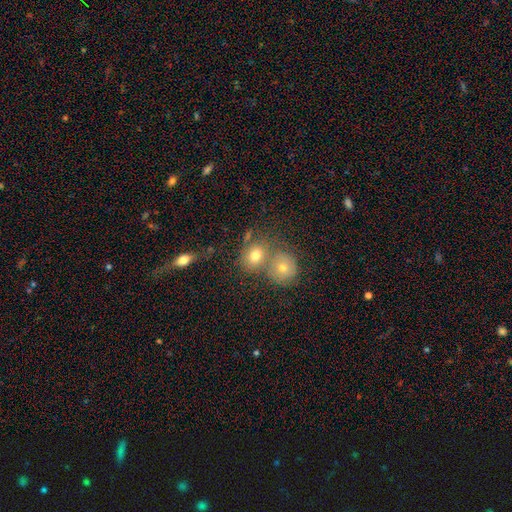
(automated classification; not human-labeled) Smooth or featured? smooth (73%)
How rounded? round (52%)
Merging? none (43%)